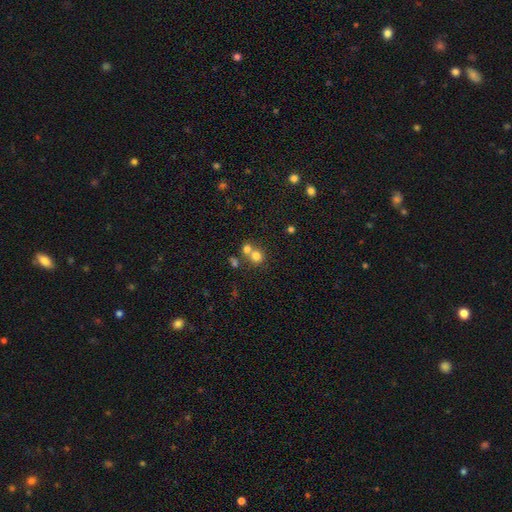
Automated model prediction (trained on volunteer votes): Overall: smooth (74%). How rounded: round (84%). Merging: none (46%; merger 45%).